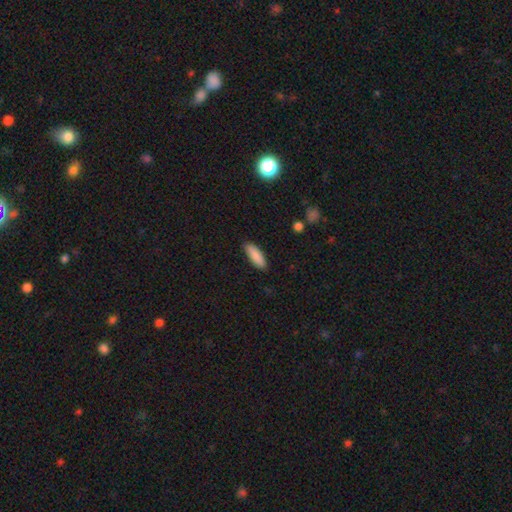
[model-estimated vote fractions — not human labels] This appears to be a smooth galaxy with no disk features (88%) that is in between round and cigar-shaped (61%). Merging: none (87%).